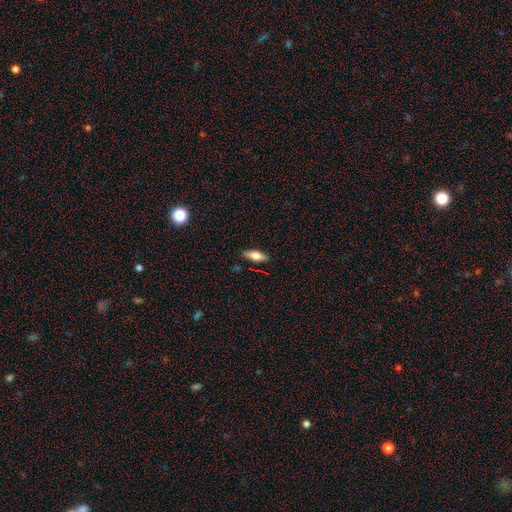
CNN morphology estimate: Overall: smooth (72%). How rounded: in between (71%). Merging: none (85%).